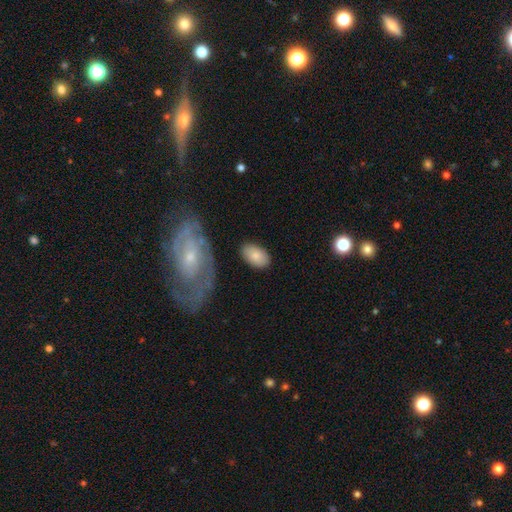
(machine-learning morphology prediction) This appears to be a smooth galaxy with no disk features (82%) that is in between round and cigar-shaped (92%). Merging: none (80%).